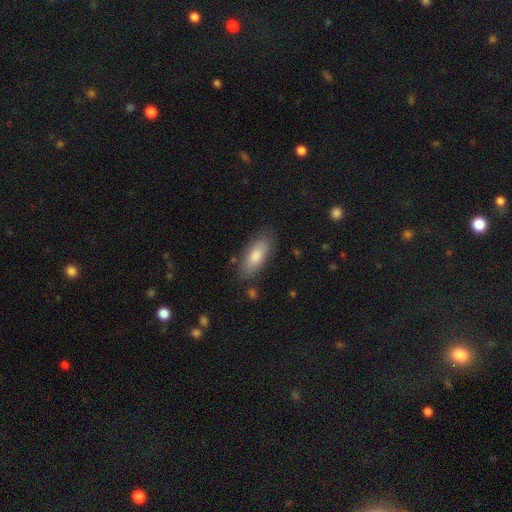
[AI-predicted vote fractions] Smooth or featured? Predicted: smooth (p=0.79). How rounded? Predicted: in between (p=0.77). Merging? Predicted: none (p=0.81).